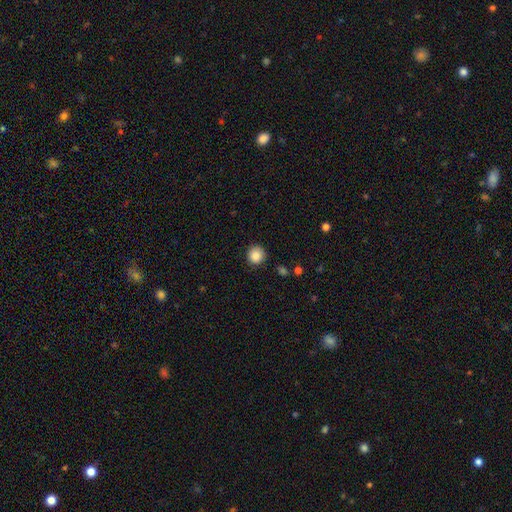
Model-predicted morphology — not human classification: Smooth or featured: smooth — 86% (star or artifact — 9%)
How rounded: round — 92% (in between — 7%)
Merging: none — 87% (minor disturbance — 9%)